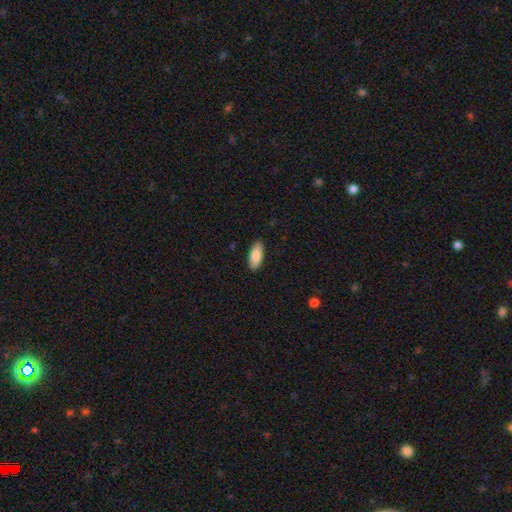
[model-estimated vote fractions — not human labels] A smooth galaxy with no disk features (88%) that is in between round and cigar-shaped (85%). Merging: none (90%).